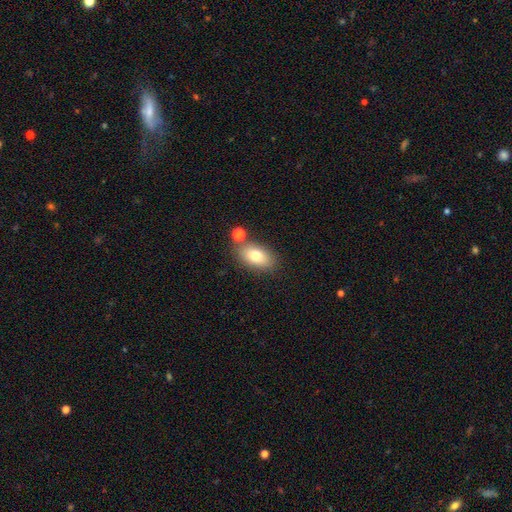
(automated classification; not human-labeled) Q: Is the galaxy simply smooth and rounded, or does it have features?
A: smooth — 77%.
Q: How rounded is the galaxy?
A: in between — 88%.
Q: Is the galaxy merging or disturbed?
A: none — 72%.